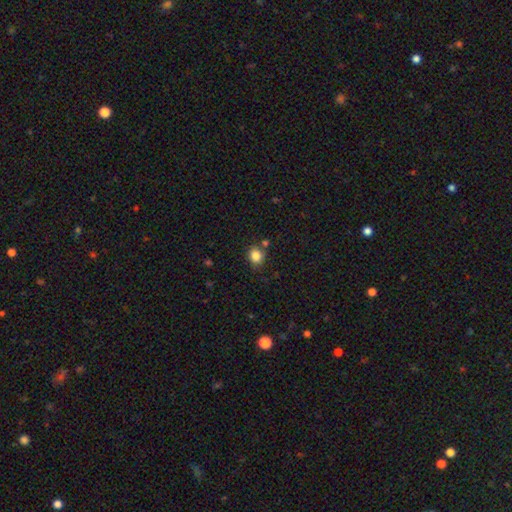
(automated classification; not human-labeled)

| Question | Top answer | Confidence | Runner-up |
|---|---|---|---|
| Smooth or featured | smooth | 84% | star or artifact (11%) |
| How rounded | round | 72% | in between (27%) |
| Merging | none | 73% | minor disturbance (14%) |